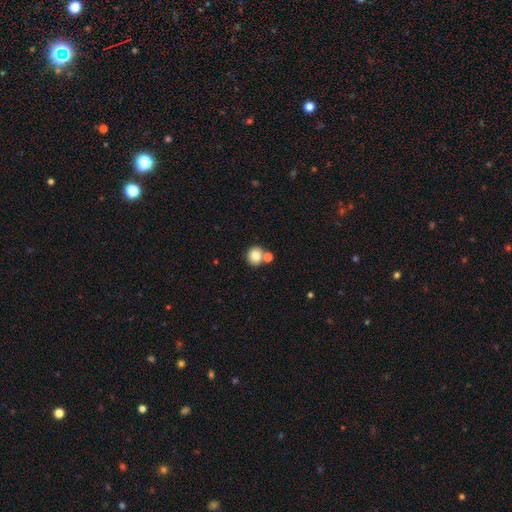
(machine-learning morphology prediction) A smooth galaxy with no disk features (82%) that is round (89%). Merging: none (62%).